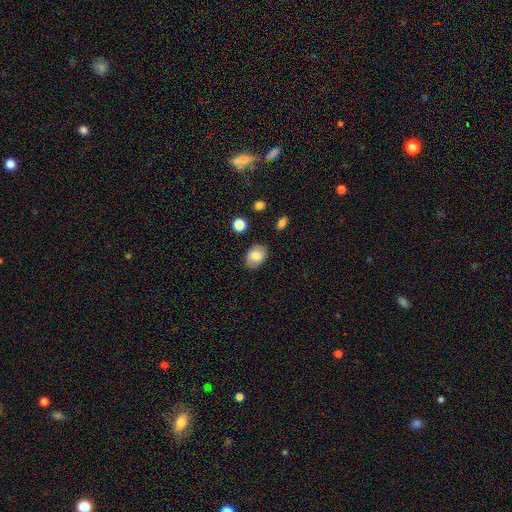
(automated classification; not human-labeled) A smooth galaxy with no disk features (77%) that is in between round and cigar-shaped (70%). Merging: none (82%).